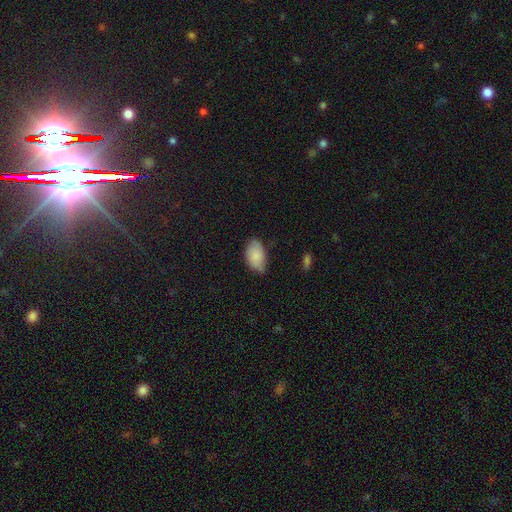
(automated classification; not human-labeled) The model was most divided on "merging": none: 61%, minor disturbance: 32%, major disturbance: 5%, merger: 2%. More confident: how rounded — in between (93%); smooth or featured — smooth (83%).